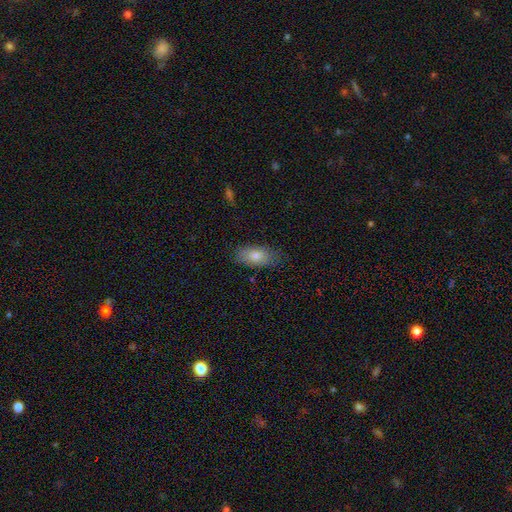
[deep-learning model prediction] Smooth or featured: smooth — 78% (featured or disk — 14%)
How rounded: in between — 88% (cigar-shaped — 9%)
Merging: none — 80% (minor disturbance — 15%)